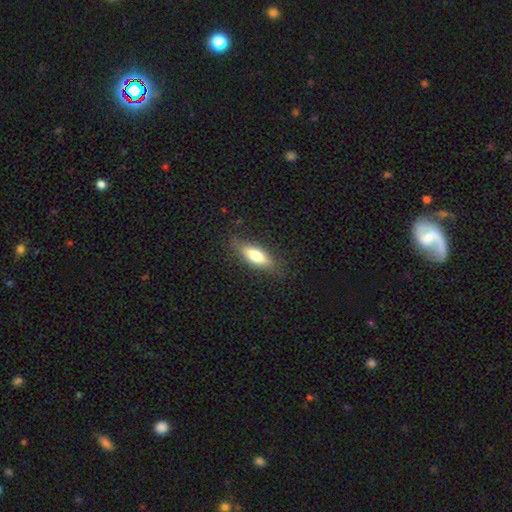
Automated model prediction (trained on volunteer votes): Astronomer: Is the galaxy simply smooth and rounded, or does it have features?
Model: smooth — 70%.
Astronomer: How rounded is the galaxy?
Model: in between — 64%.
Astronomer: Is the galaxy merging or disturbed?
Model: none — 82%.